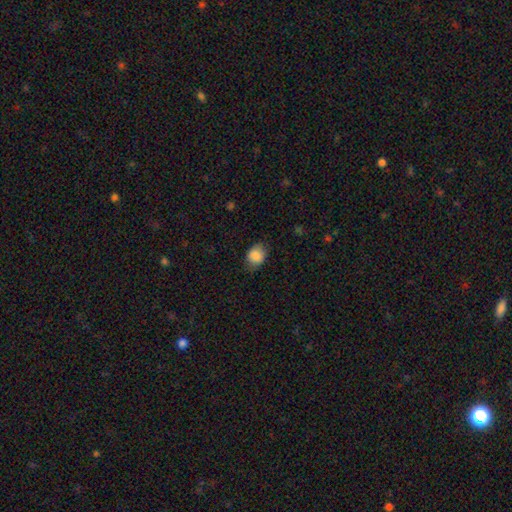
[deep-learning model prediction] Q: Smooth or featured?
A: smooth (86%); runner-up: star or artifact (8%)
Q: How rounded?
A: in between (59%); runner-up: round (40%)
Q: Merging?
A: none (75%); runner-up: minor disturbance (20%)